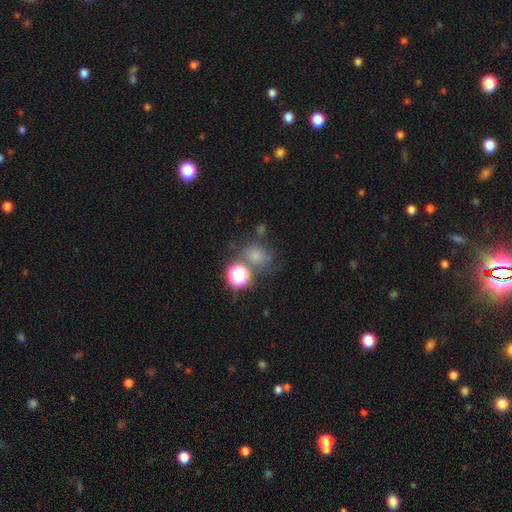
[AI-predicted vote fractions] smooth 68%, star or artifact 22%, featured or disk 10%. Down the decision tree: how rounded — round (67%); merging — none (56%).